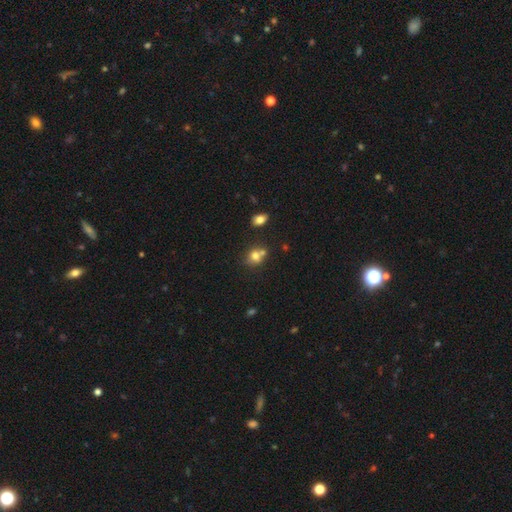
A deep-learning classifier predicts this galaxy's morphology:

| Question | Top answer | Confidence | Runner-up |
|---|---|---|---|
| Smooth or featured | smooth | 73% | featured or disk (14%) |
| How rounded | round | 69% | in between (30%) |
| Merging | none | 48% | merger (36%) |